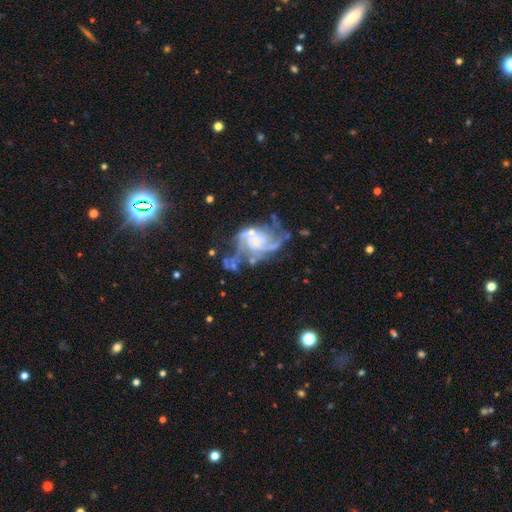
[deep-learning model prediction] Overall: featured or disk (54%; star or artifact 28%). Edge-on disk: no (92%). Merging: none (56%; major disturbance 16%).